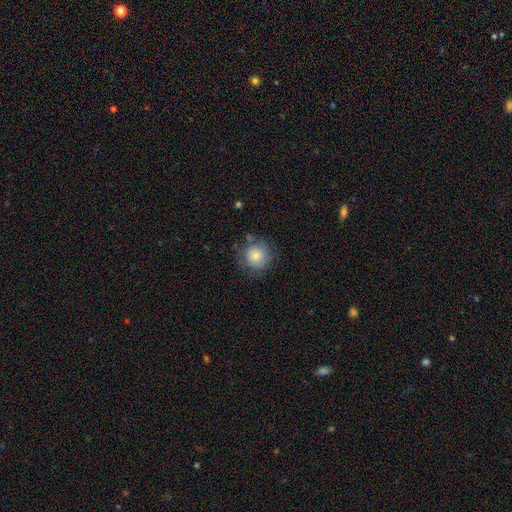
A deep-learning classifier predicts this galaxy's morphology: Smooth or featured? Predicted: smooth (p=0.82). How rounded? Predicted: round (p=0.92). Merging? Predicted: none (p=0.72).